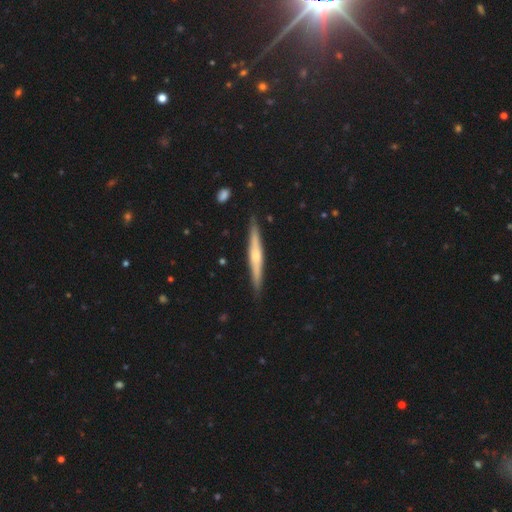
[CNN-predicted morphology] Smooth or featured? featured or disk (65%)
Edge-on disk? yes (97%)
Edge-on bulge? rounded (77%)
Merging? none (90%)